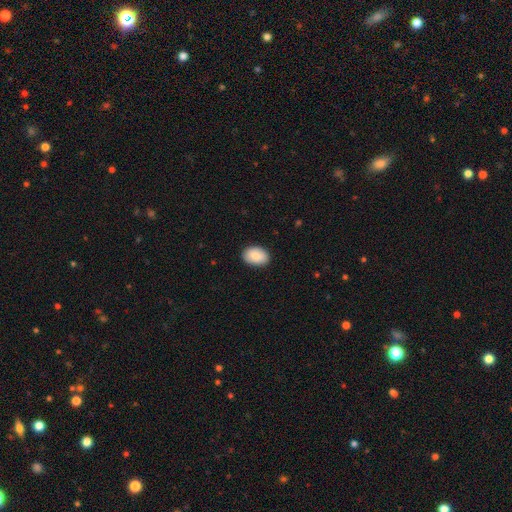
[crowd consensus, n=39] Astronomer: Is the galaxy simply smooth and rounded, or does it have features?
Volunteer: smooth — 87%.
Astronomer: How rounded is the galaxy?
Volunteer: in between — 82%.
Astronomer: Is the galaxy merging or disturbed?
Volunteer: none — 94%.